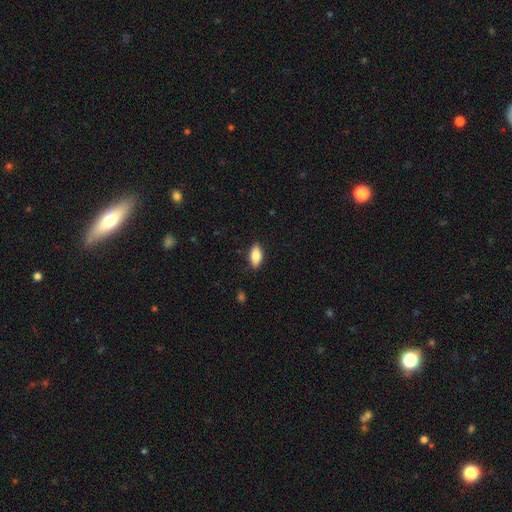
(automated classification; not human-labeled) Q: Smooth or featured?
A: smooth (81%); runner-up: featured or disk (13%)
Q: How rounded?
A: in between (85%); runner-up: cigar-shaped (13%)
Q: Merging?
A: none (86%); runner-up: minor disturbance (11%)